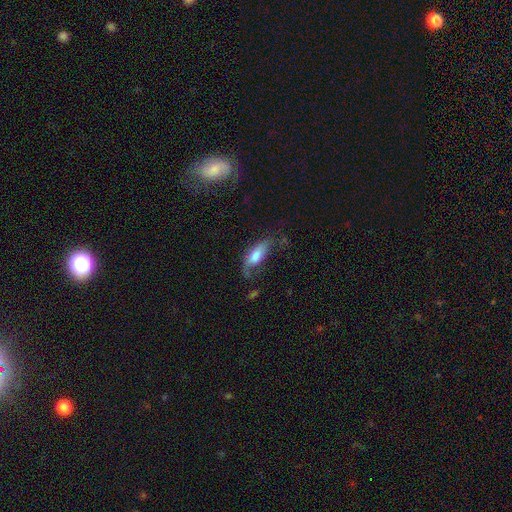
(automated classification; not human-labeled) smooth-or-featured: smooth: 61% | featured or disk: 31% | star or artifact: 7%
  how-rounded: in between: 73% | cigar-shaped: 24% | round: 3%
  merging: none: 39% | minor disturbance: 29% | major disturbance: 28% | merger: 4%